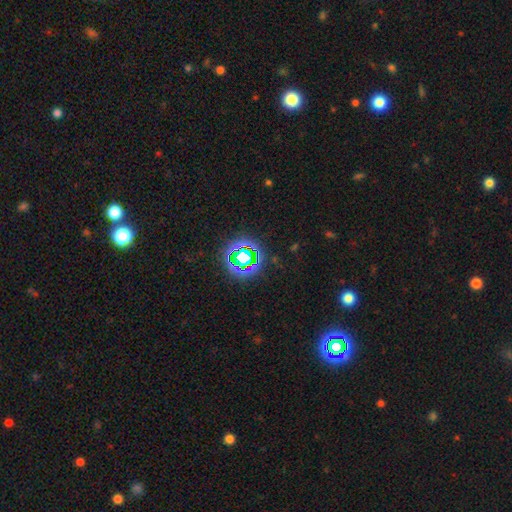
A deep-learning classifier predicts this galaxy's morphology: This appears to be a star or artifact, not a galaxy (78%).